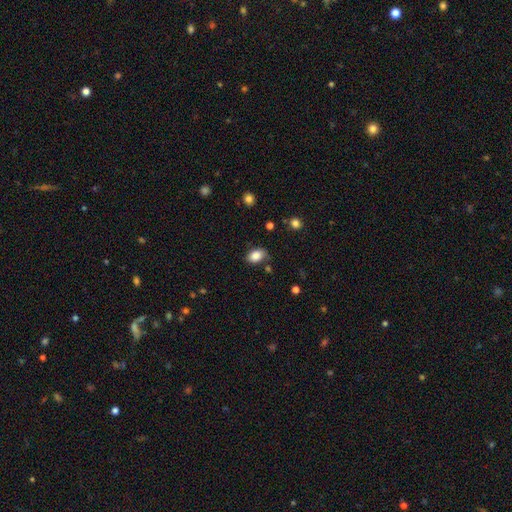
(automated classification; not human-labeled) smooth 85%, star or artifact 8%, featured or disk 6%. Down the decision tree: how rounded — in between (86%); merging — none (77%).